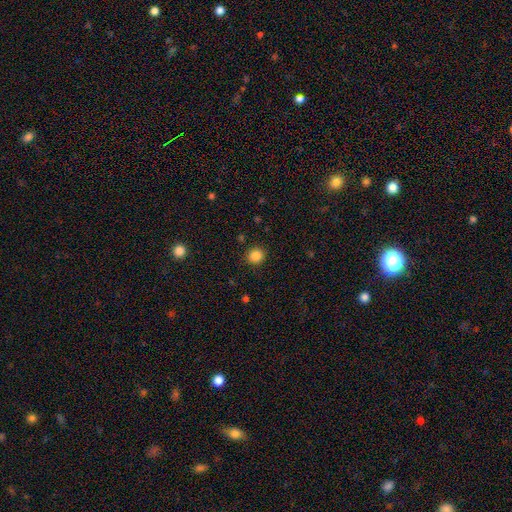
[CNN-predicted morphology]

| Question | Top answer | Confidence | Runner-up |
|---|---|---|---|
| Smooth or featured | smooth | 85% | star or artifact (11%) |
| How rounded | round | 86% | in between (13%) |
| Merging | none | 90% | minor disturbance (7%) |